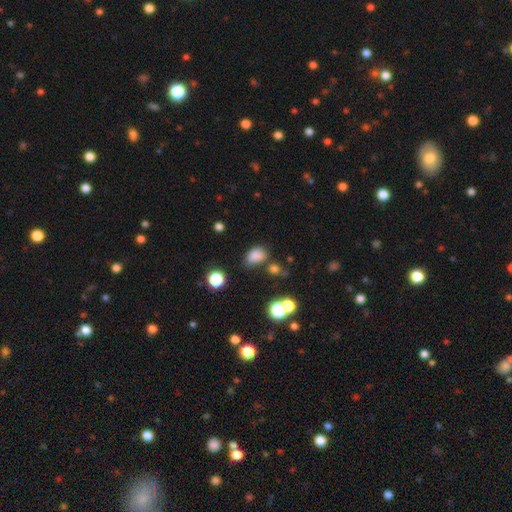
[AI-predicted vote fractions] smooth-or-featured: smooth: 81% | star or artifact: 13% | featured or disk: 6%
  how-rounded: in between: 76% | round: 23% | cigar-shaped: 1%
  merging: none: 64% | minor disturbance: 21% | merger: 8% | major disturbance: 7%